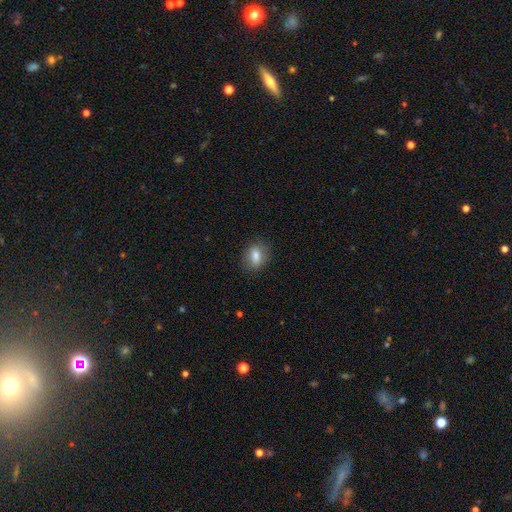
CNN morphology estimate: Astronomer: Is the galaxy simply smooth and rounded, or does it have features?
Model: smooth — 78%.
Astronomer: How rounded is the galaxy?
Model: in between — 60% (runner-up: round, 38%).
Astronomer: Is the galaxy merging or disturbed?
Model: none — 82%.